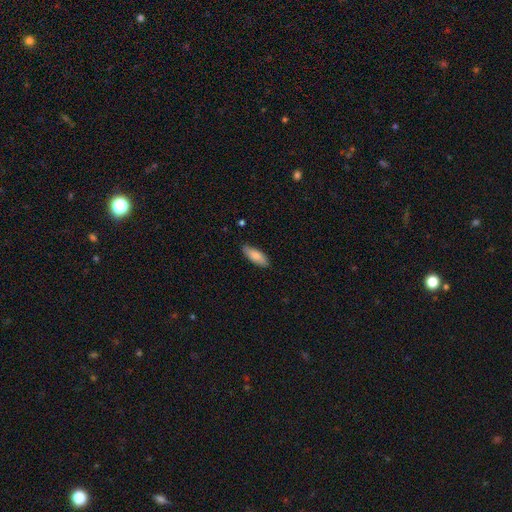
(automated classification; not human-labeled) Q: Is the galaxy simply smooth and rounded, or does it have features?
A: smooth — 80%.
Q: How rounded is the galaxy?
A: in between — 75%.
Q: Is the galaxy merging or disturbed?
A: none — 83%.